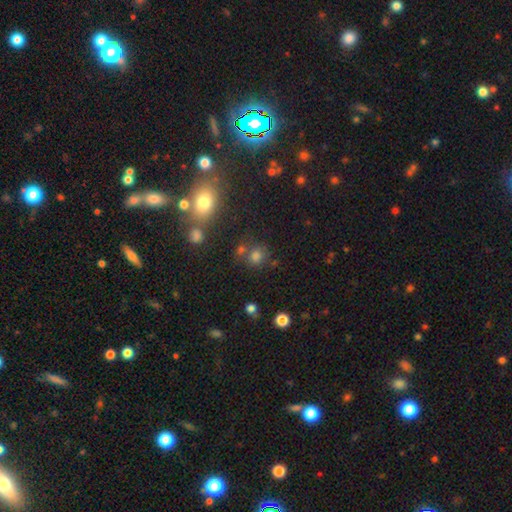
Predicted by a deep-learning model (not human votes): Morphology: type=smooth (70%); roundness=round (83%); merging=none (69%).